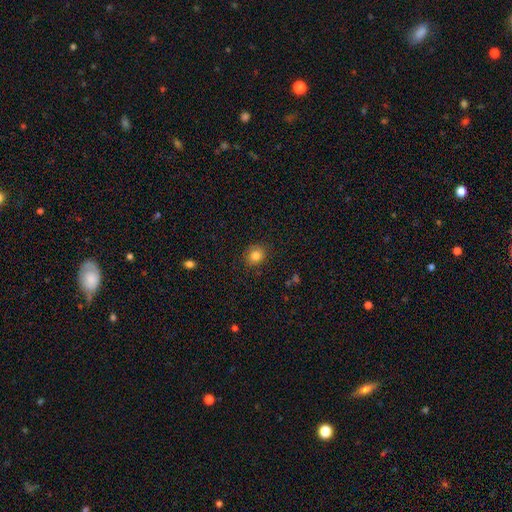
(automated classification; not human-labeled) Smooth or featured? Predicted: smooth (p=0.83). How rounded? Predicted: round (p=0.71). Merging? Predicted: none (p=0.87).